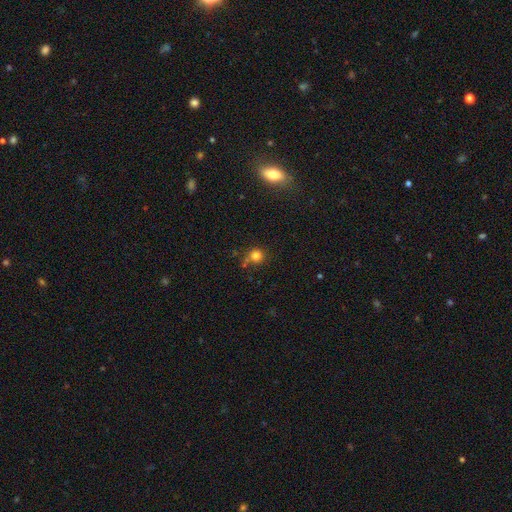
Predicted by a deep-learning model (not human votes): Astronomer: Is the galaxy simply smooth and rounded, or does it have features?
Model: smooth — 79%.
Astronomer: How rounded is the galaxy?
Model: round — 89%.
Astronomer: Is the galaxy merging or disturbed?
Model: none — 65%.